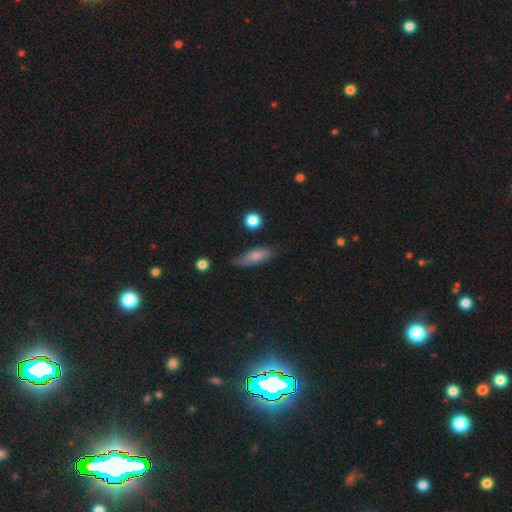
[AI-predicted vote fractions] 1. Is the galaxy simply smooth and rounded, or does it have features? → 77% smooth, 16% featured or disk, 7% star or artifact.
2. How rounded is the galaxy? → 65% in between, 32% cigar-shaped, 3% round.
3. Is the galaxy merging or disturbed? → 67% none, 25% minor disturbance, 5% major disturbance, 2% merger.